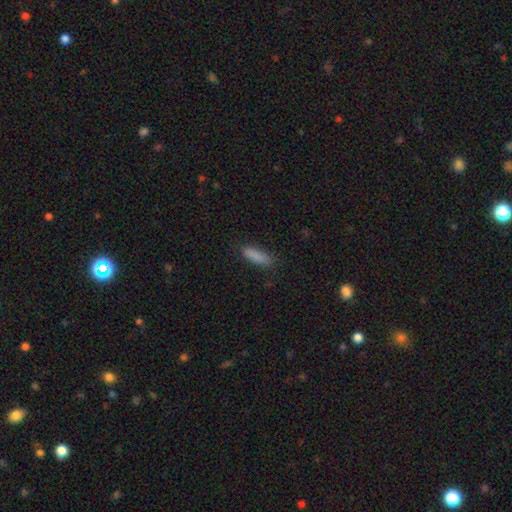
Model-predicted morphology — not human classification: The model was most divided on "how rounded": cigar-shaped: 57%, in between: 41%, round: 2%. More confident: smooth or featured — smooth (86%); merging — none (80%).